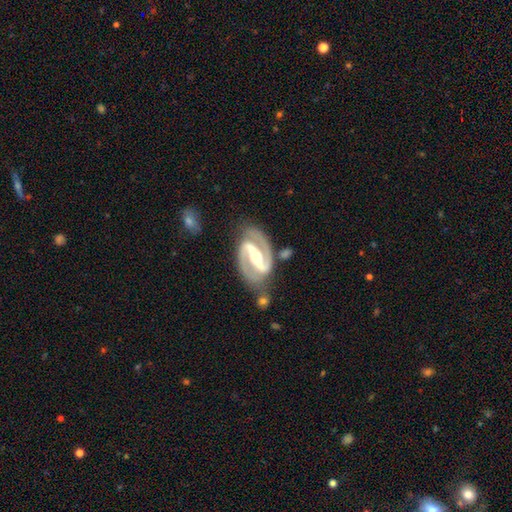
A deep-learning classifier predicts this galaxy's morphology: featured or disk 93%, star or artifact 3%, smooth 3%. Down the decision tree: edge-on disk — no (97%); bar — strong (74%); spiral arms — yes (98%); spiral arm count — 2 (95%); spiral winding — medium (58%); bulge size — moderate (68%); merging — none (78%).